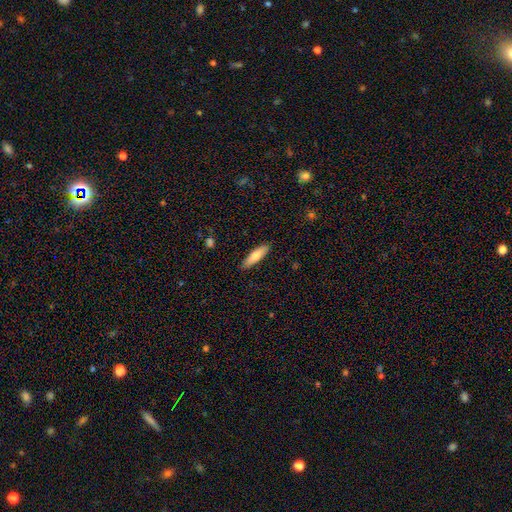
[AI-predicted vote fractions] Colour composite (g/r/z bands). It shows a smooth galaxy with no disk features (73%) that is cigar-shaped (65%). Merging: none (90%).